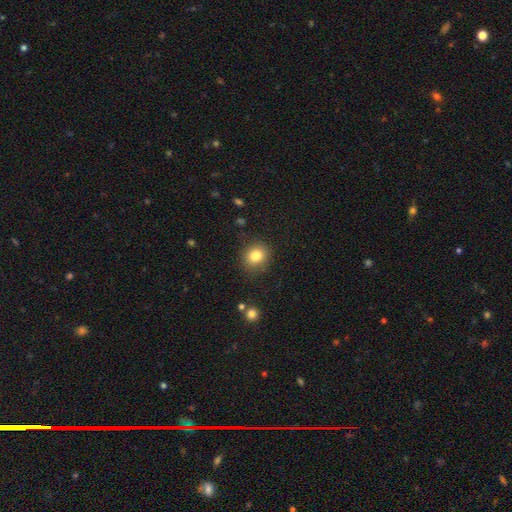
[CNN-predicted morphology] smooth 81%, star or artifact 11%, featured or disk 7%. Down the decision tree: how rounded — round (77%); merging — none (87%).